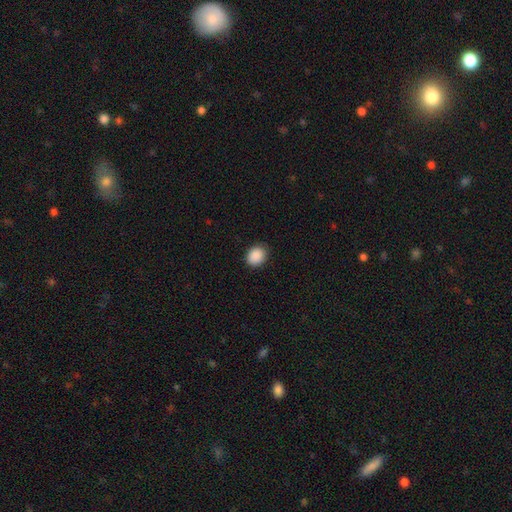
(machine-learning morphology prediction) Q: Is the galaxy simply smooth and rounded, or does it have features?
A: smooth — 90%.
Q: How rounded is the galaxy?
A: round — 54%.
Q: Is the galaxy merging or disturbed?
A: none — 87%.